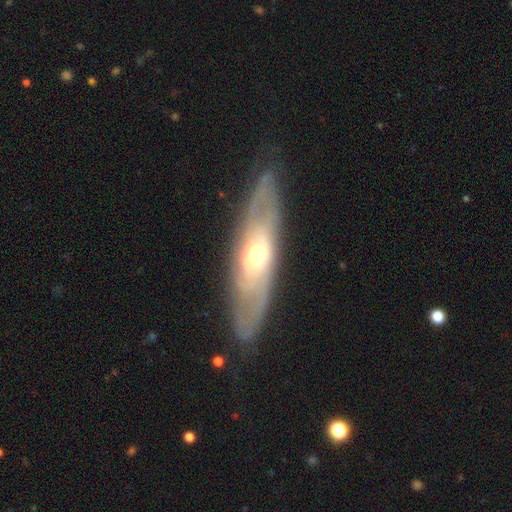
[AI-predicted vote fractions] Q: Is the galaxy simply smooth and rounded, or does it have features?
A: featured or disk — 72%.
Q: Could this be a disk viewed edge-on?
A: no — 65%.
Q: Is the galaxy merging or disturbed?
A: none — 80%.